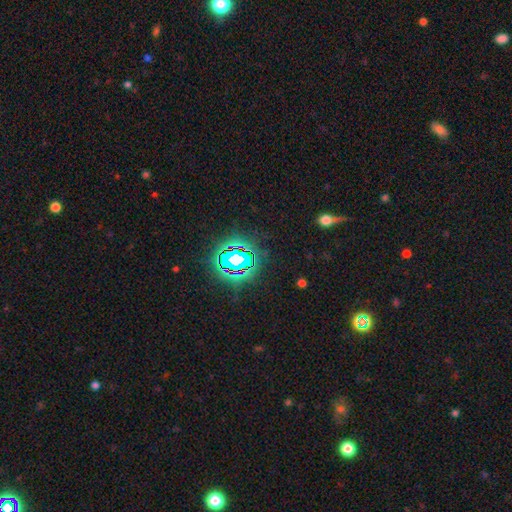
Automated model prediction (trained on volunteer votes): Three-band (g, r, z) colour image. It shows a star or artifact, not a galaxy (81%).